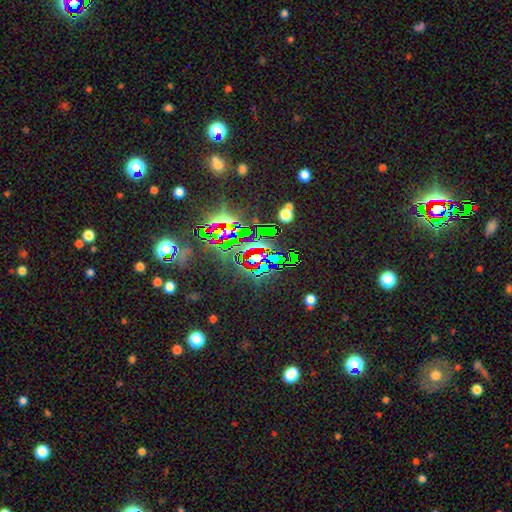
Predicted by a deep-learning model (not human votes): Smooth or featured? Predicted: star or artifact (p=0.81).